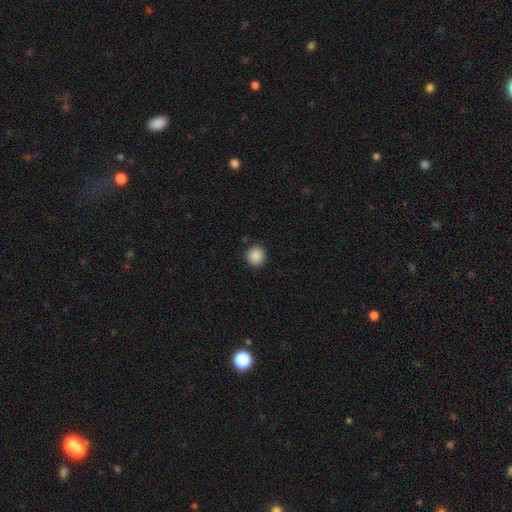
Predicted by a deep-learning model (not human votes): Morphology: type=smooth (89%); roundness=round (90%); merging=none (89%).